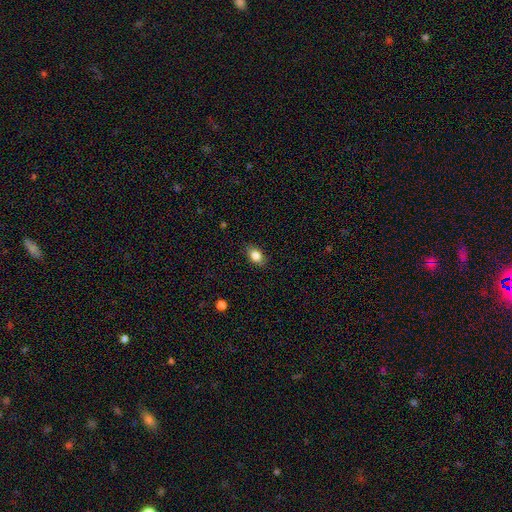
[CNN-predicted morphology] Overall: smooth (85%). How rounded: in between (81%). Merging: none (85%).